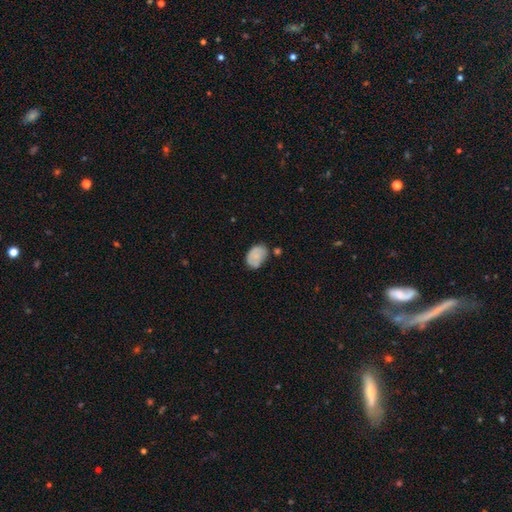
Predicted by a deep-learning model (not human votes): Smooth or featured? Predicted: smooth (p=0.72). How rounded? Predicted: in between (p=0.83). Merging? Predicted: none (p=0.54).